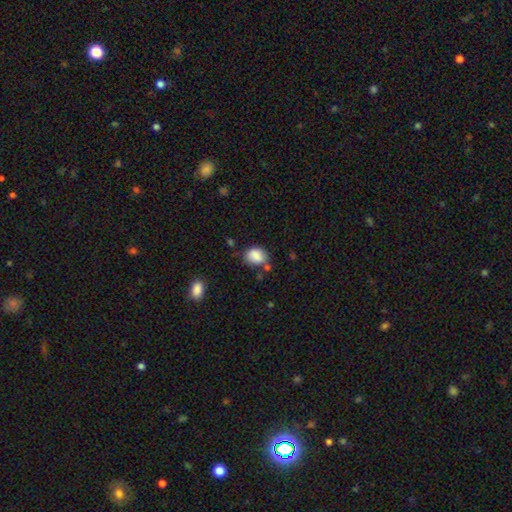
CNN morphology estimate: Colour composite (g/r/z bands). It shows a smooth galaxy with no disk features (85%) that is in between round and cigar-shaped (57%). Merging: none (61%).